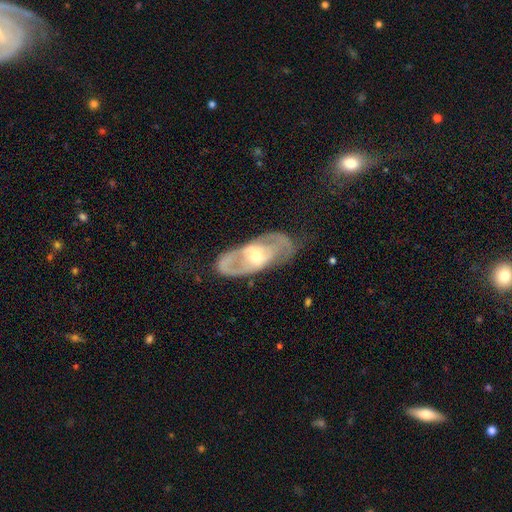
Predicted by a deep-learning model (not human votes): Smooth or featured? Predicted: featured or disk (p=0.75). Edge-on disk? Predicted: no (p=0.88). Bar? Predicted: no (p=0.50). Spiral arms? Predicted: yes (p=0.68). Bulge size? Predicted: moderate (p=0.61). Merging? Predicted: none (p=0.61).